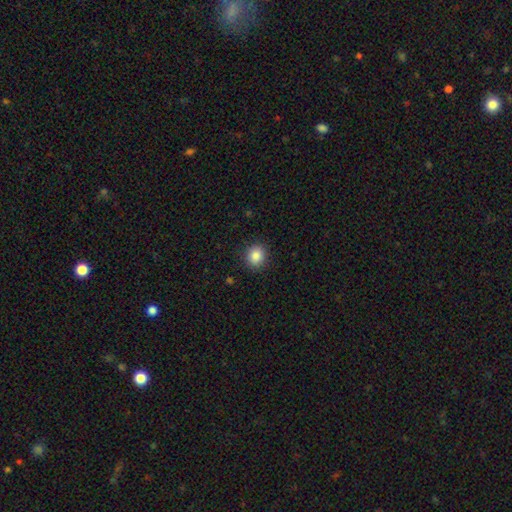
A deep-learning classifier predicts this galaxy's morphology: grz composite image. It shows a smooth galaxy with no disk features (86%) that is round (83%). Merging: none (90%).